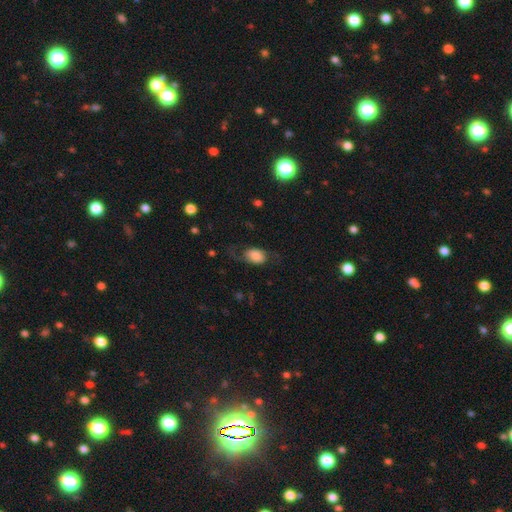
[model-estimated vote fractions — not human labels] A smooth galaxy with no disk features (53%) that is in between round and cigar-shaped (77%). Merging: none (55%).